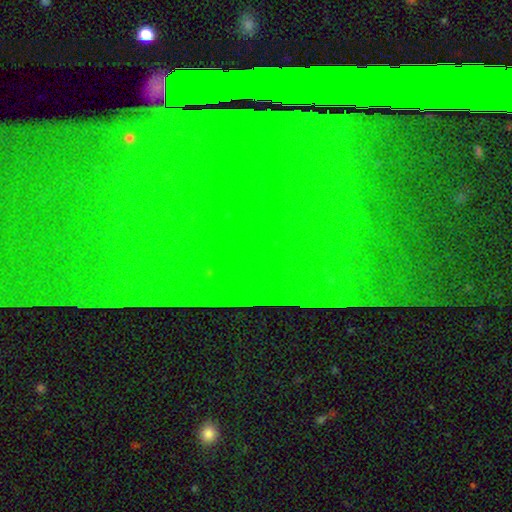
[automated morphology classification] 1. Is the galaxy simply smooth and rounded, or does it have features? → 85% star or artifact, 8% featured or disk, 6% smooth.